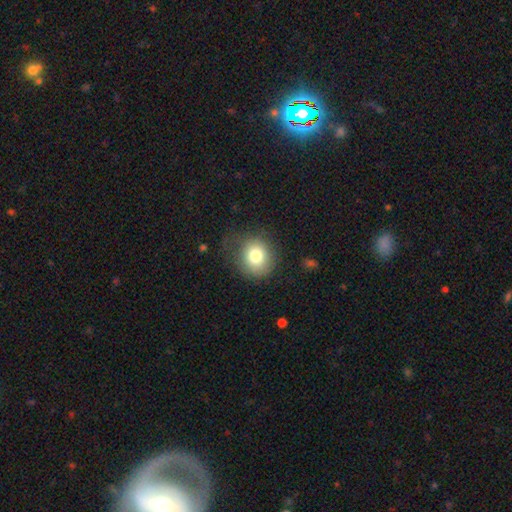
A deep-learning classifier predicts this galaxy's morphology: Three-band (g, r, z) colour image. It shows a smooth galaxy with no disk features (79%) that is round (83%). Merging: none (70%).